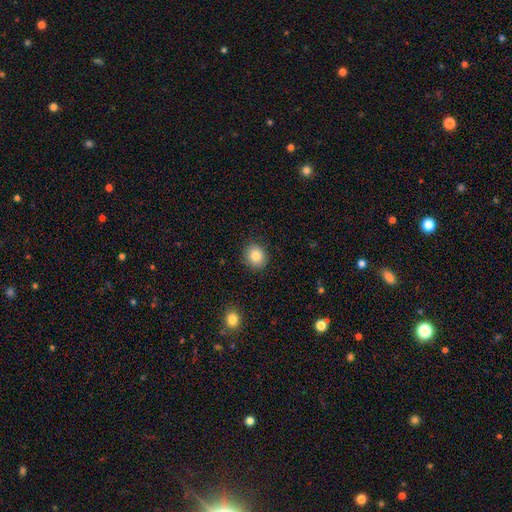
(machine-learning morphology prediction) Smooth or featured: smooth — 84% (star or artifact — 9%)
How rounded: round — 68% (in between — 31%)
Merging: none — 88% (minor disturbance — 8%)